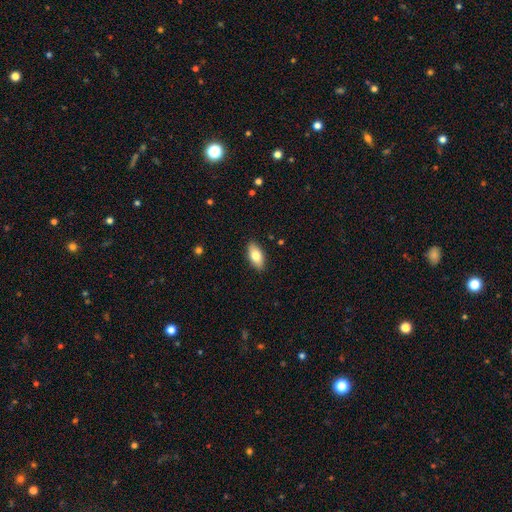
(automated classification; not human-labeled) smooth 79%, featured or disk 15%, star or artifact 7%. Down the decision tree: how rounded — in between (90%); merging — none (88%).